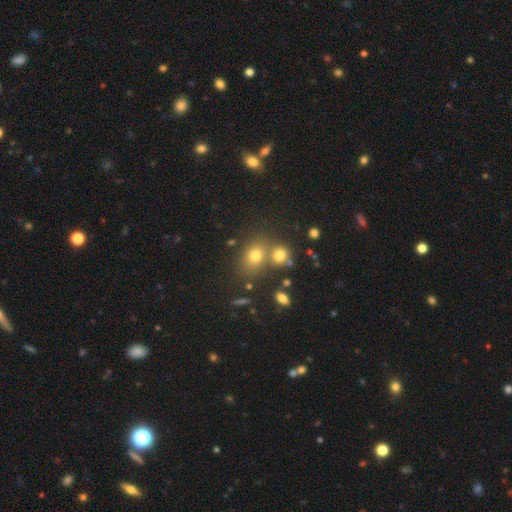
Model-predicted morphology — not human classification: The model was most divided on "how rounded": round: 51%, in between: 47%, cigar-shaped: 2%. More confident: smooth or featured — smooth (70%); merging — none (55%).